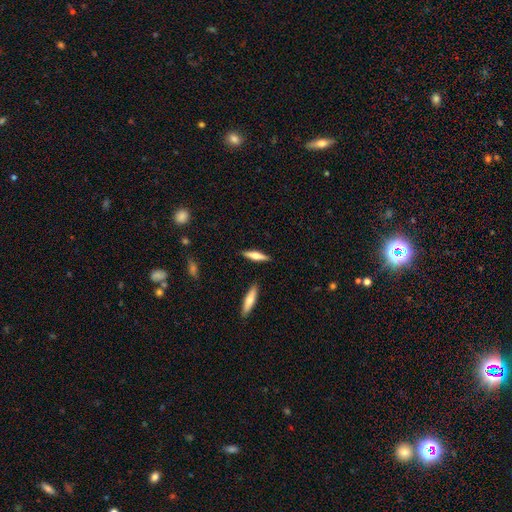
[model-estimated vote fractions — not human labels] smooth 52%, featured or disk 42%, star or artifact 6%. Down the decision tree: how rounded — cigar-shaped (73%); merging — none (87%).